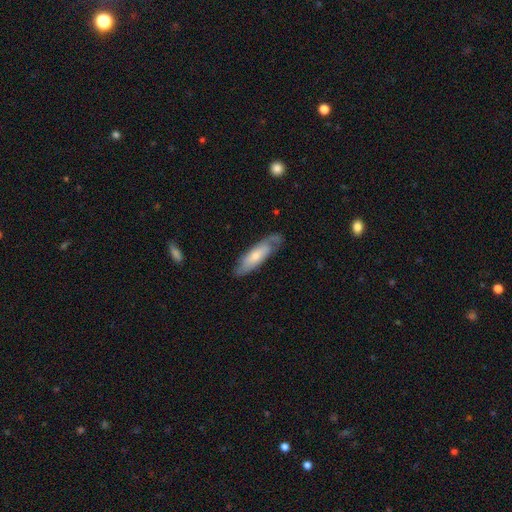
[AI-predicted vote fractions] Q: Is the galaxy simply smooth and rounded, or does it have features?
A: smooth — 51%.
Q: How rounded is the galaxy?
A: cigar-shaped — 54%.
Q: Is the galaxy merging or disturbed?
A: none — 69%.